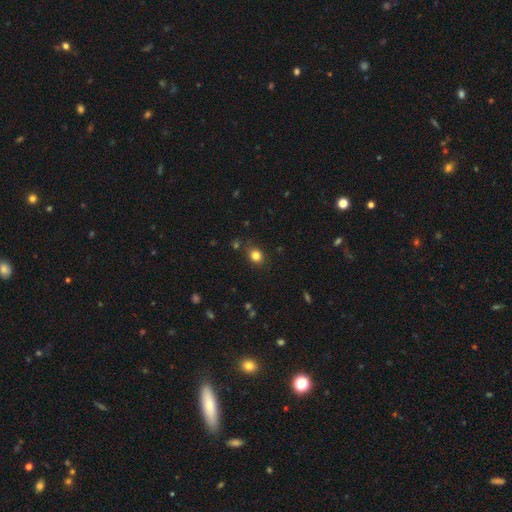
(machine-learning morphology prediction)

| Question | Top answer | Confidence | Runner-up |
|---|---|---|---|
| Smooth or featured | smooth | 81% | star or artifact (13%) |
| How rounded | round | 68% | in between (31%) |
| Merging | none | 83% | minor disturbance (11%) |